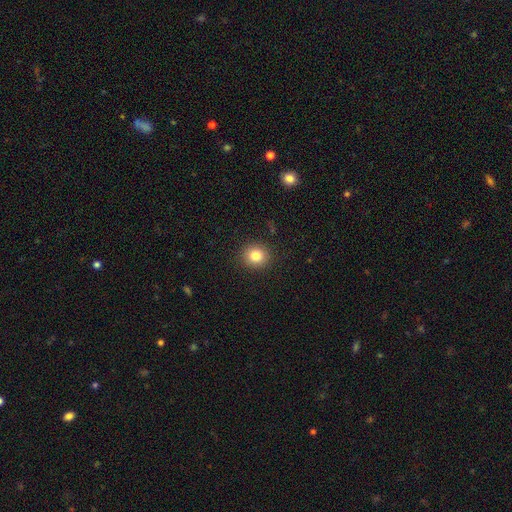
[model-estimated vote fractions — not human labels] Q: Smooth or featured?
A: smooth (82%); runner-up: star or artifact (11%)
Q: How rounded?
A: round (87%); runner-up: in between (12%)
Q: Merging?
A: none (90%); runner-up: minor disturbance (6%)